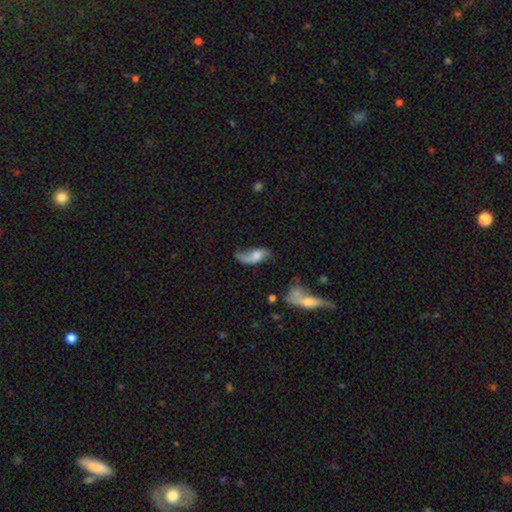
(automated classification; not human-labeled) smooth_or_featured: featured or disk (p=0.65) [alt: smooth p=0.27]
disk_edge_on: no (p=0.92) [alt: yes p=0.08]
bar: no (p=0.61) [alt: weak p=0.33]
has_spiral_arms: yes (p=0.90) [alt: no p=0.10]
spiral_winding: loose (p=0.82) [alt: medium p=0.14]
spiral_arm_count: 2 (p=0.80) [alt: 1 p=0.13]
bulge_size: moderate (p=0.35) [alt: small p=0.23]
merging: none (p=0.47) [alt: minor disturbance p=0.26]